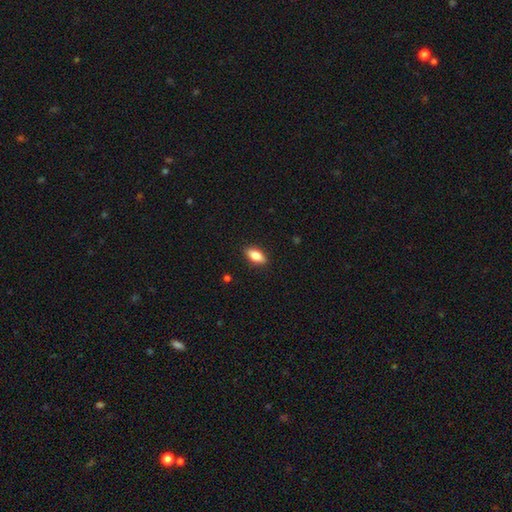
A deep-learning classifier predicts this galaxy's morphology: smooth 81%, featured or disk 12%, star or artifact 7%. Down the decision tree: how rounded — in between (86%); merging — none (88%).